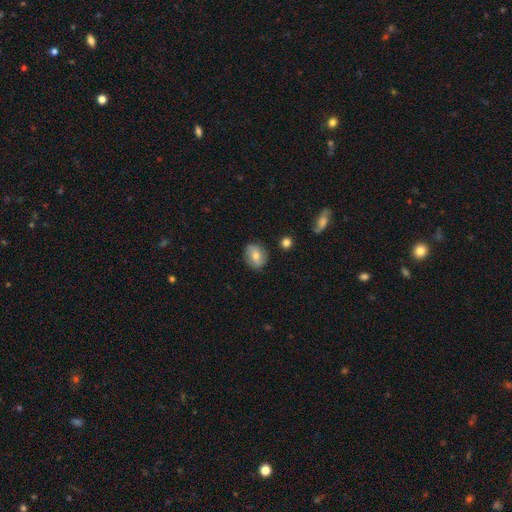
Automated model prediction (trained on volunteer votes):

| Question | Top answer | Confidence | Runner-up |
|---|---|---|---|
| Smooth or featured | smooth | 63% | featured or disk (28%) |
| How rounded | round | 58% | in between (41%) |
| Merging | none | 83% | minor disturbance (13%) |